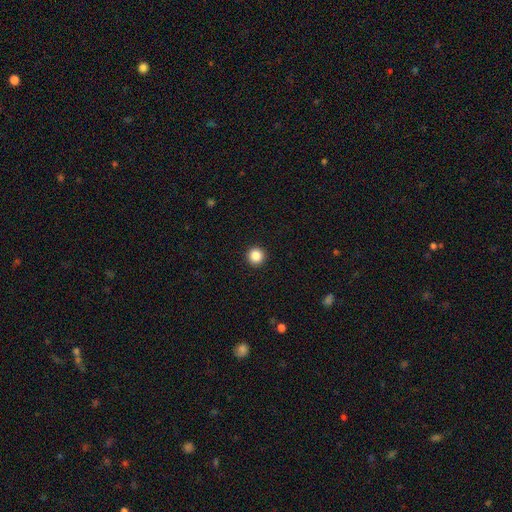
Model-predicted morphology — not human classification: The model was most divided on "smooth or featured": smooth: 86%, star or artifact: 11%, featured or disk: 3%. More confident: how rounded — round (96%); merging — none (94%).